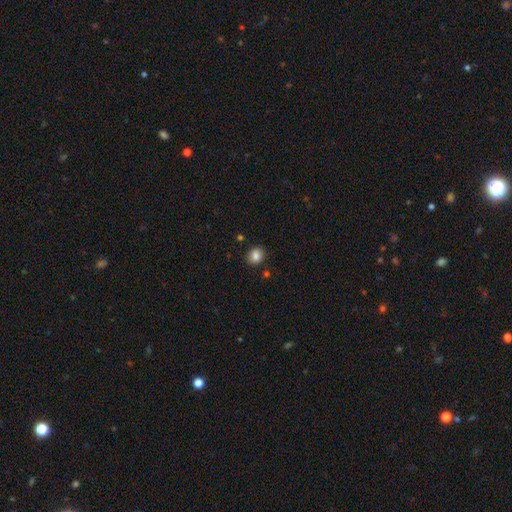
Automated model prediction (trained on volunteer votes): The model was most divided on "how rounded": round: 66%, in between: 33%, cigar-shaped: 1%. More confident: merging — none (87%); smooth or featured — smooth (85%).